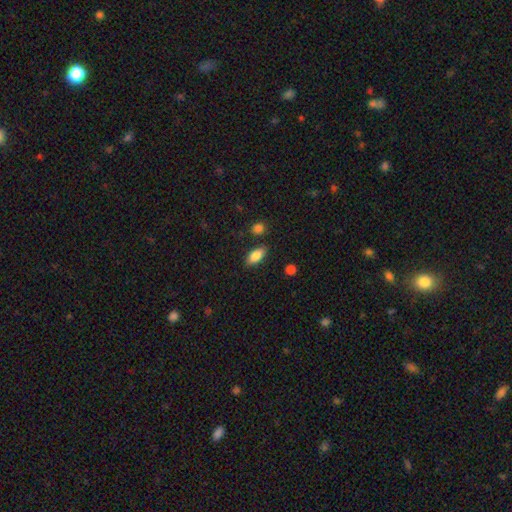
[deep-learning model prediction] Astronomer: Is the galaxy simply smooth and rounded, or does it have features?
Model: smooth — 83%.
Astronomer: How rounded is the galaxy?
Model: in between — 86%.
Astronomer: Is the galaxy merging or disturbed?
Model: none — 83%.